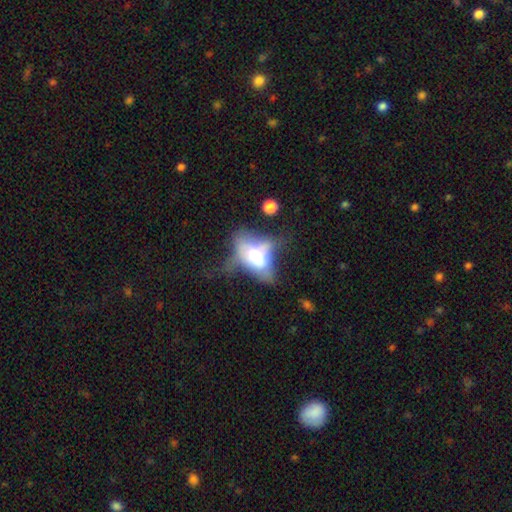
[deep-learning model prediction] This is possibly a smooth galaxy (47%). Merging: marginally major disturbance (42%).